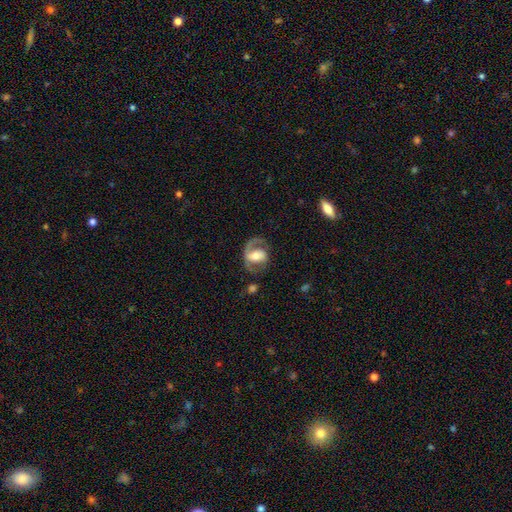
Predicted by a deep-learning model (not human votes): Smooth or featured? Predicted: featured or disk (p=0.75). Edge-on disk? Predicted: no (p=0.97). Bar? Predicted: weak (p=0.39). Spiral arms? Predicted: yes (p=0.87). Spiral winding? Predicted: medium (p=0.49). Spiral arm count? Predicted: 2 (p=0.57). Bulge size? Predicted: moderate (p=0.57). Merging? Predicted: none (p=0.55).